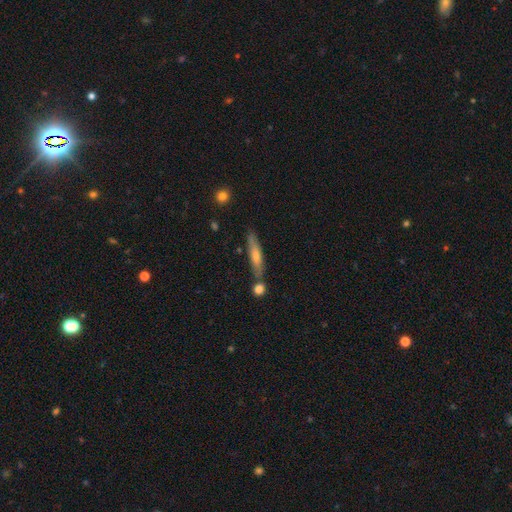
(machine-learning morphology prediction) smooth 51%, featured or disk 42%, star or artifact 7%. Down the decision tree: how rounded — cigar-shaped (87%); merging — none (74%).